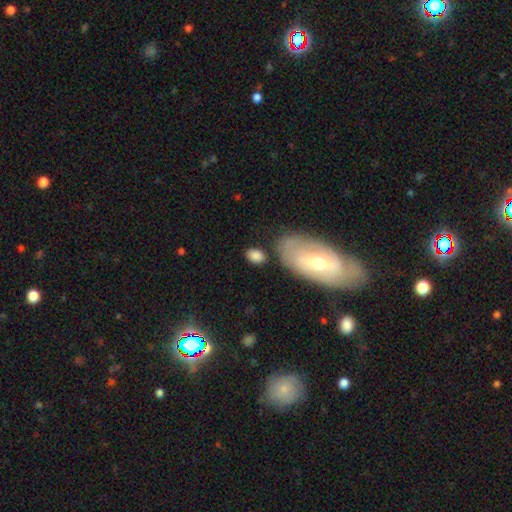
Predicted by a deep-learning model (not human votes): Smooth or featured: smooth — 83% (featured or disk — 10%)
How rounded: in between — 86% (round — 12%)
Merging: none — 66% (minor disturbance — 17%)